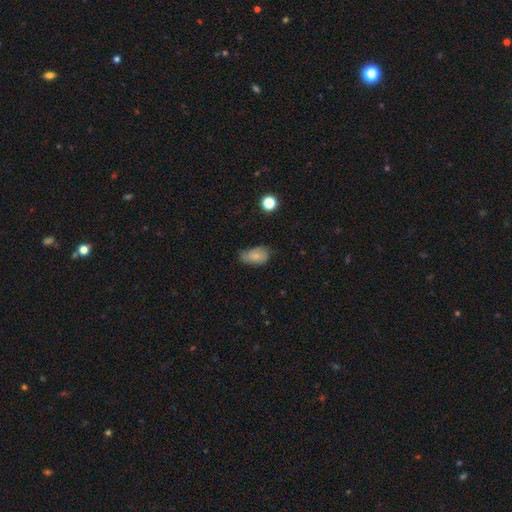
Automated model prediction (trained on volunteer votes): The model was most divided on "merging": none: 46%, minor disturbance: 40%, major disturbance: 11%, merger: 2%. More confident: how rounded — in between (88%); smooth or featured — smooth (74%).